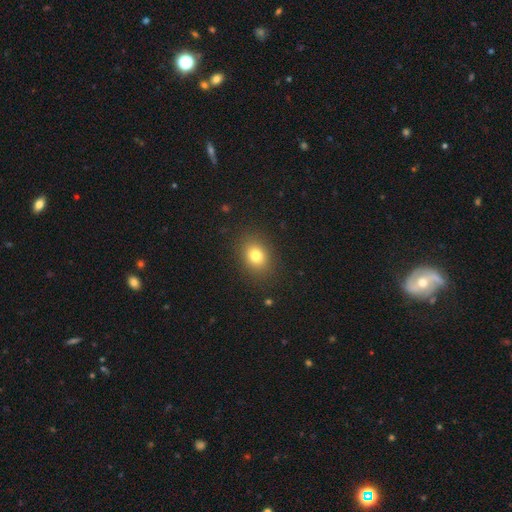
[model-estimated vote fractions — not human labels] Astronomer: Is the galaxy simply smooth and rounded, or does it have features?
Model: smooth — 78%.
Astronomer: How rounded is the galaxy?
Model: in between — 55% (runner-up: round, 44%).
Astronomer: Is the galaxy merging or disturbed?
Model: none — 87%.